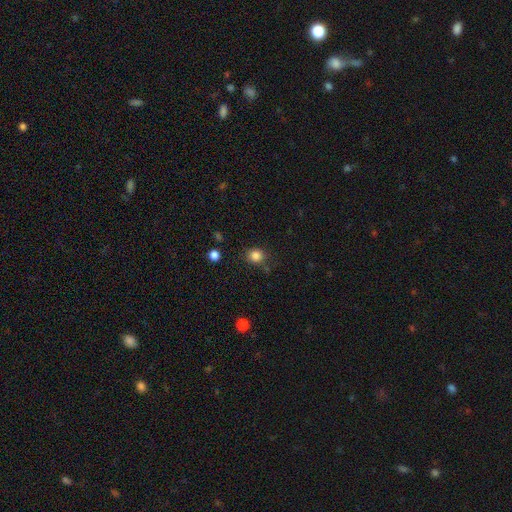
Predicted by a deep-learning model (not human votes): smooth 84%, star or artifact 12%, featured or disk 4%. Down the decision tree: how rounded — round (84%); merging — none (81%).